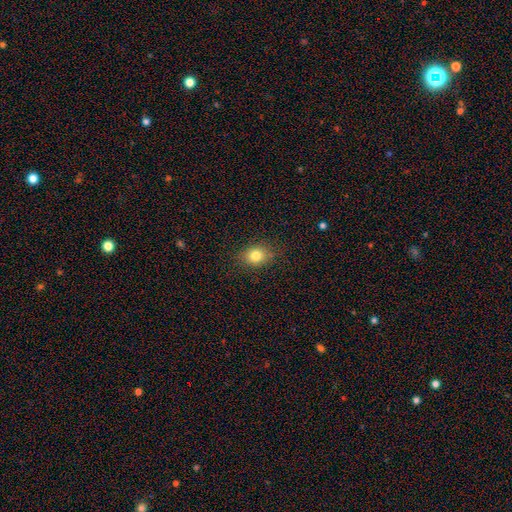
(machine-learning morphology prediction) Q: Smooth or featured?
A: smooth (80%); runner-up: star or artifact (11%)
Q: How rounded?
A: in between (53%); runner-up: round (46%)
Q: Merging?
A: none (83%); runner-up: minor disturbance (12%)